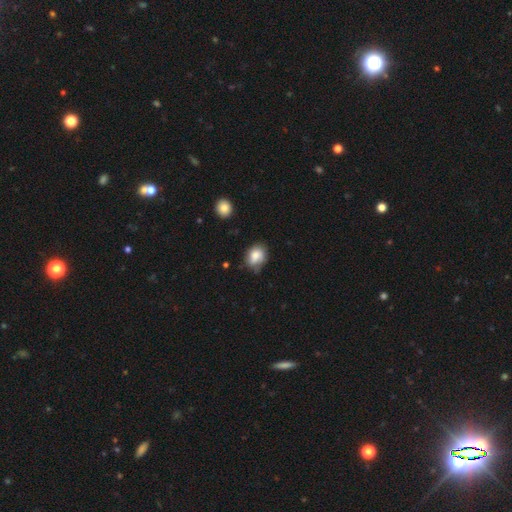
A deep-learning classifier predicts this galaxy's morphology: Overall: smooth (76%). How rounded: in between (52%; round 47%). Merging: none (53%; minor disturbance 34%).